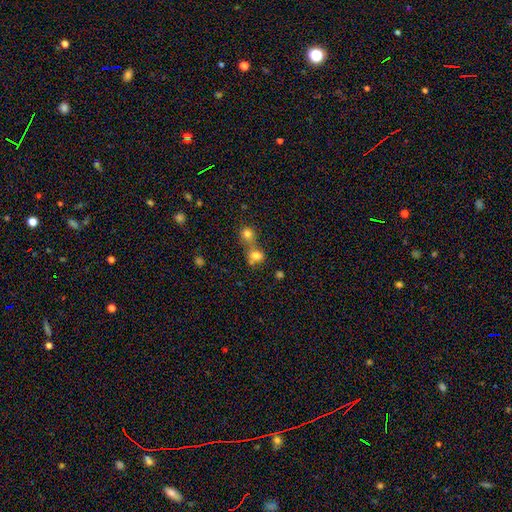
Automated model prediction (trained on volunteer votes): A smooth galaxy with no disk features (76%) that is round (70%).

Vote fractions:
- Smooth or featured? smooth: 76% / star or artifact: 14% / featured or disk: 10%
- How rounded? round: 70% / in between: 28% / cigar-shaped: 1%
- Merging? merger: 52% / none: 36% / minor disturbance: 8% / major disturbance: 4%